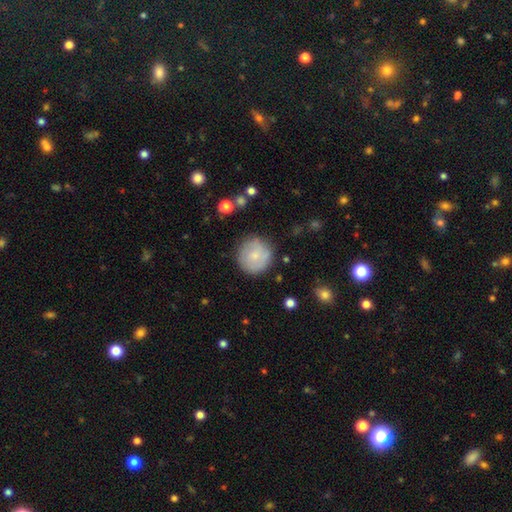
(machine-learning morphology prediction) This is likely a smooth galaxy (67%). How rounded: clearly round (93%). Merging: clearly none (80%).